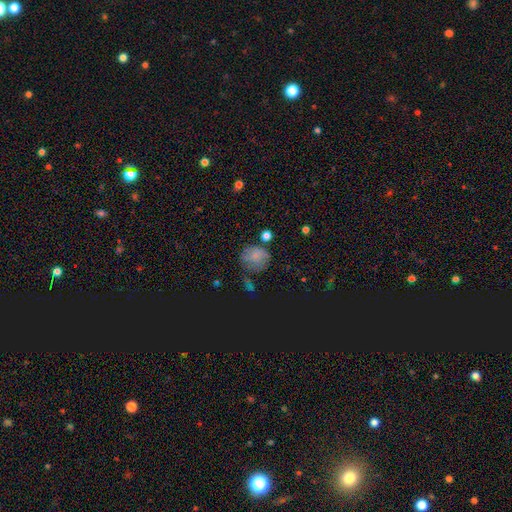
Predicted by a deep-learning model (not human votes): Morphology: type=smooth (66%); roundness=round (76%); merging=none (55%).